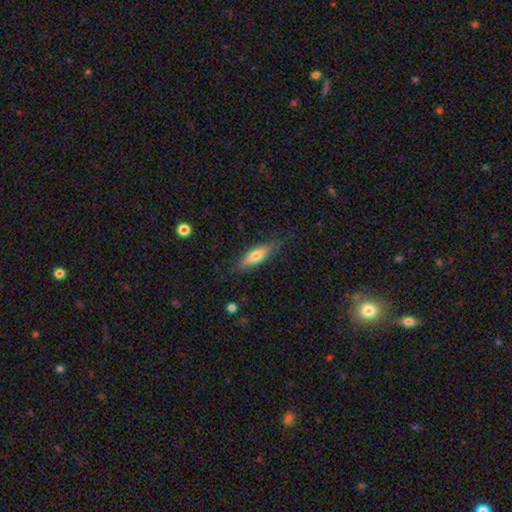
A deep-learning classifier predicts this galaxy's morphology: smooth_or_featured: smooth (p=0.66) [alt: featured or disk p=0.28]
how_rounded: cigar-shaped (p=0.58) [alt: in between p=0.40]
merging: none (p=0.81) [alt: minor disturbance p=0.14]